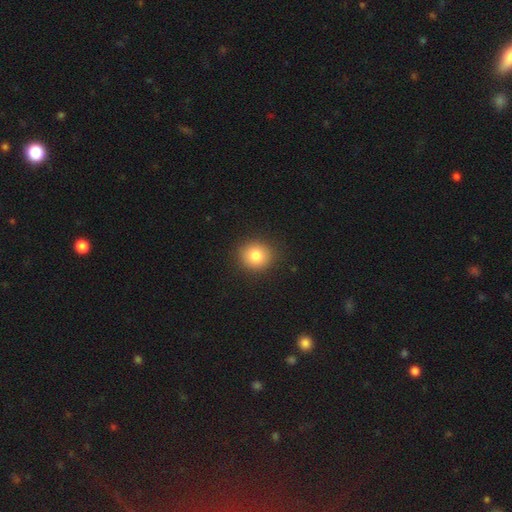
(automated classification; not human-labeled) Morphology: type=smooth (82%); roundness=round (85%); merging=none (90%).